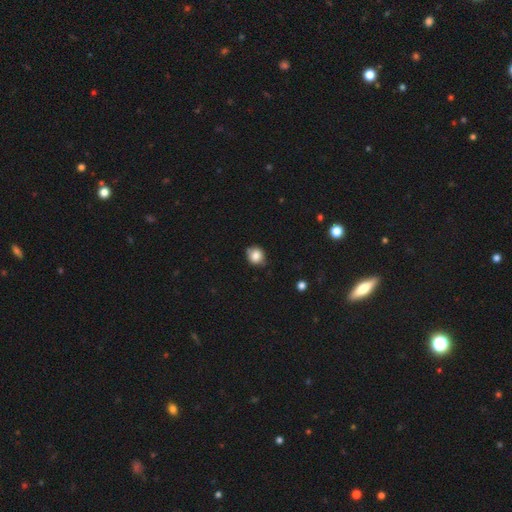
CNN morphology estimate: This appears to be a smooth galaxy with no disk features (83%) that is round (81%). Merging: none (72%).